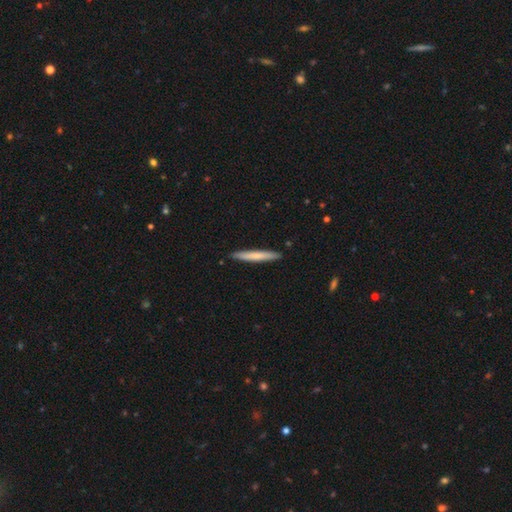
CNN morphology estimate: The model was most divided on "smooth or featured": smooth: 69%, featured or disk: 26%, star or artifact: 5%. More confident: how rounded — cigar-shaped (96%); merging — none (90%).